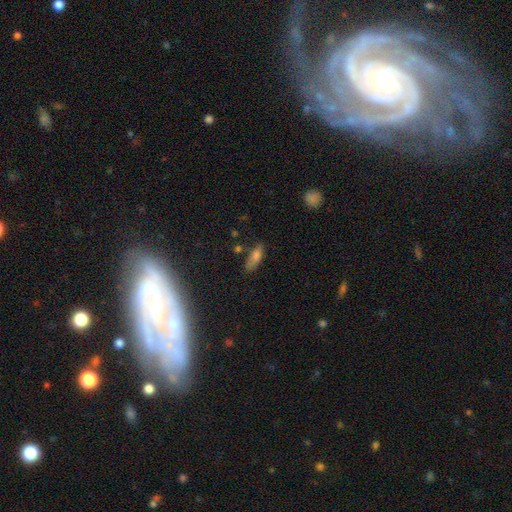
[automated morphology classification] Smooth or featured: smooth — 70% (star or artifact — 16%)
How rounded: in between — 64% (cigar-shaped — 33%)
Merging: none — 69% (minor disturbance — 21%)